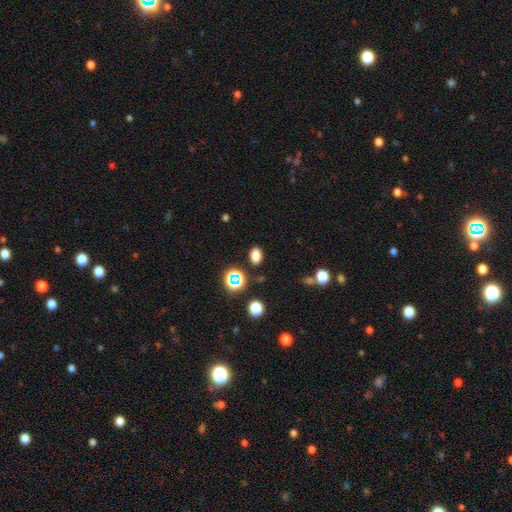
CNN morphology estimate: Q: Smooth or featured?
A: smooth (77%); runner-up: star or artifact (18%)
Q: How rounded?
A: in between (82%); runner-up: round (16%)
Q: Merging?
A: none (86%); runner-up: minor disturbance (9%)